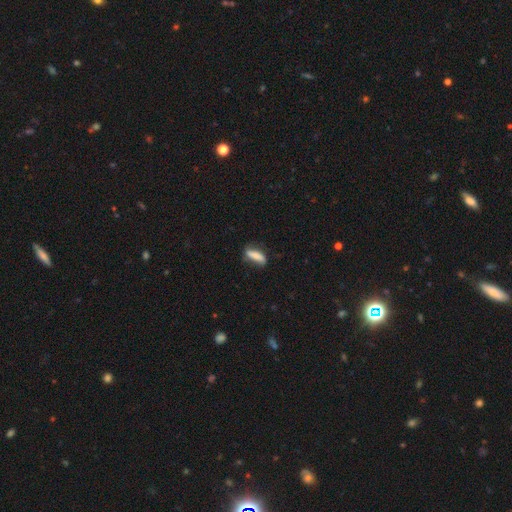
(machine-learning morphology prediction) Smooth or featured?
  - smooth: 75% *
  - featured or disk: 18%
  - star or artifact: 8%
How rounded?
  - cigar-shaped: 50% *
  - in between: 47%
  - round: 3%
Merging?
  - none: 61% *
  - minor disturbance: 28%
  - major disturbance: 9%
  - merger: 3%